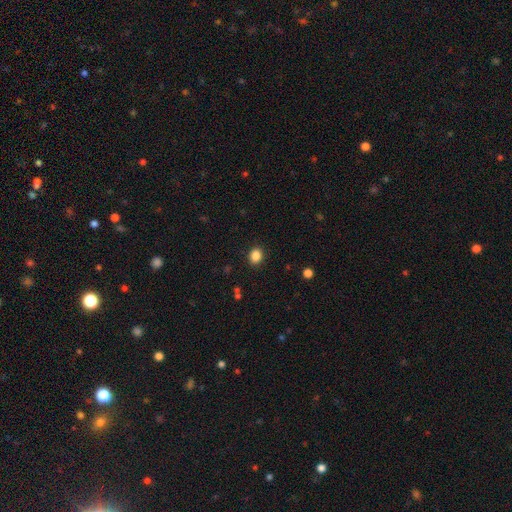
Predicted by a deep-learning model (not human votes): Overall: smooth (86%). How rounded: round (51%; in between 48%). Merging: none (90%).